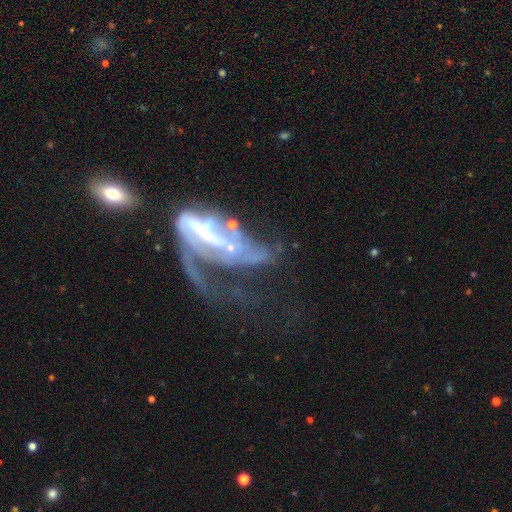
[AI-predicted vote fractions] Smooth or featured? featured or disk (75%)
Edge-on disk? no (92%)
Bar? no (49%)
Spiral arms? yes (59%)
Bulge size? small (47%)
Merging? major disturbance (47%)